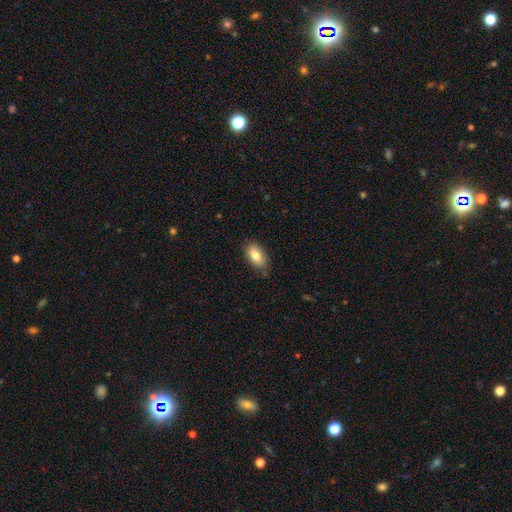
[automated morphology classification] Q: Smooth or featured?
A: smooth (80%); runner-up: featured or disk (13%)
Q: How rounded?
A: in between (90%); runner-up: cigar-shaped (5%)
Q: Merging?
A: none (82%); runner-up: minor disturbance (14%)